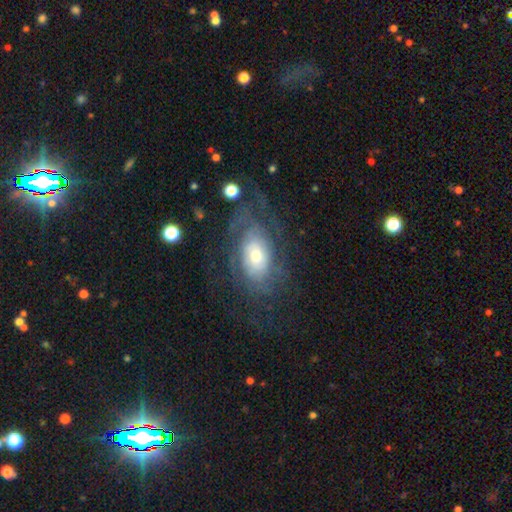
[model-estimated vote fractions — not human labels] The model was most divided on "spiral winding": tight: 53%, medium: 31%, loose: 16%. More confident: edge-on disk — no (94%); spiral arms — yes (84%); smooth or featured — featured or disk (73%); bar — no (72%); merging — none (59%); bulge size — moderate (54%); spiral arm count — can't tell (53%).